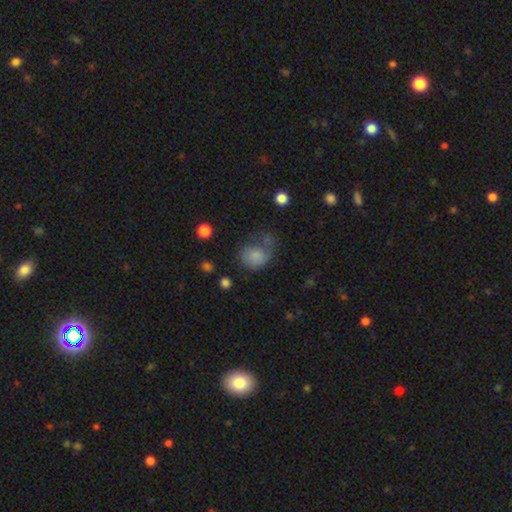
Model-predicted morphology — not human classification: A smooth galaxy with no disk features (76%) that is round (53%).

Vote fractions:
- Smooth or featured? smooth: 76% / featured or disk: 14% / star or artifact: 10%
- How rounded? round: 53% / in between: 46% / cigar-shaped: 1%
- Merging? none: 35% / major disturbance: 30% / minor disturbance: 24% / merger: 11%